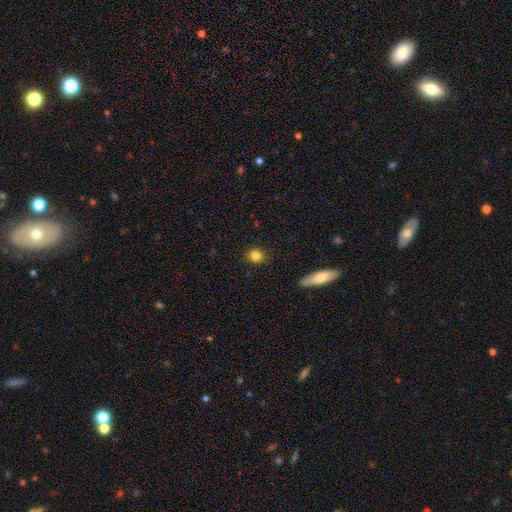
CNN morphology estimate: A smooth galaxy with no disk features (83%) that is round (83%).

Vote fractions:
- Smooth or featured? smooth: 83% / star or artifact: 11% / featured or disk: 7%
- How rounded? round: 83% / in between: 15% / cigar-shaped: 2%
- Merging? none: 90% / minor disturbance: 7% / major disturbance: 2% / merger: 1%